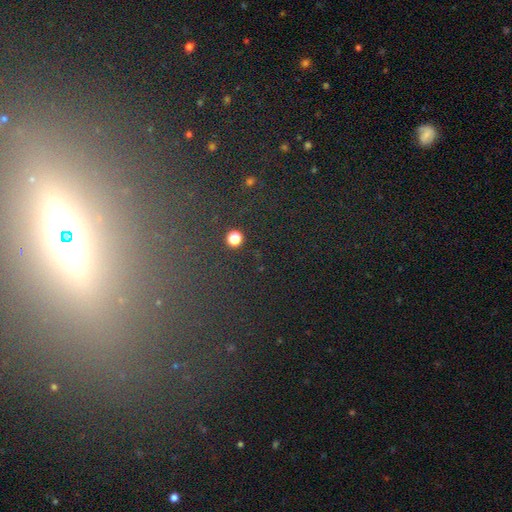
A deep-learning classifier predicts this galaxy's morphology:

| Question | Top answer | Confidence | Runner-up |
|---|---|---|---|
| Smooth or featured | star or artifact | 50% | featured or disk (29%) |